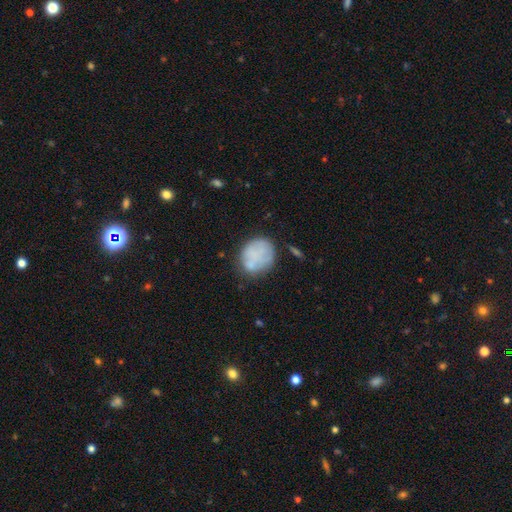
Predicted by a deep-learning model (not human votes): smooth_or_featured: smooth (p=0.68) [alt: featured or disk p=0.23]
how_rounded: round (p=0.72) [alt: in between p=0.27]
merging: none (p=0.59) [alt: minor disturbance p=0.23]